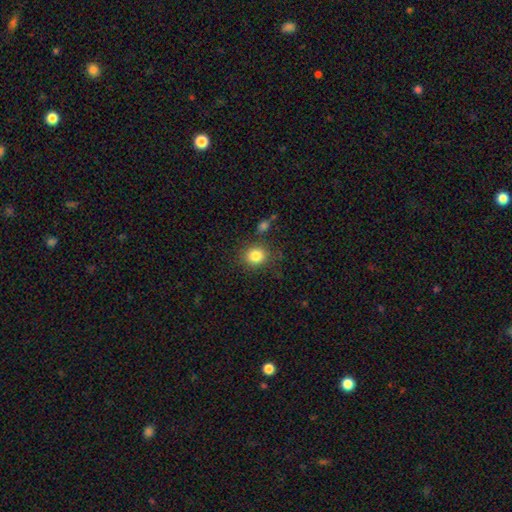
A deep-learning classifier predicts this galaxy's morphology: Q: Smooth or featured?
A: smooth (84%); runner-up: star or artifact (10%)
Q: How rounded?
A: round (79%); runner-up: in between (20%)
Q: Merging?
A: none (80%); runner-up: minor disturbance (12%)